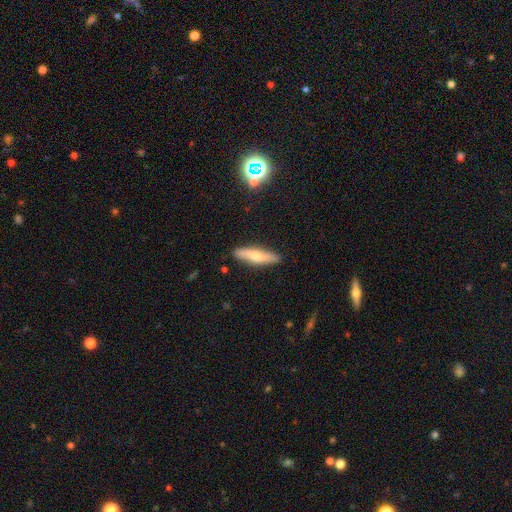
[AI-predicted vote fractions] The model was most divided on "smooth or featured": smooth: 66%, featured or disk: 27%, star or artifact: 6%. More confident: merging — none (87%); how rounded — cigar-shaped (76%).